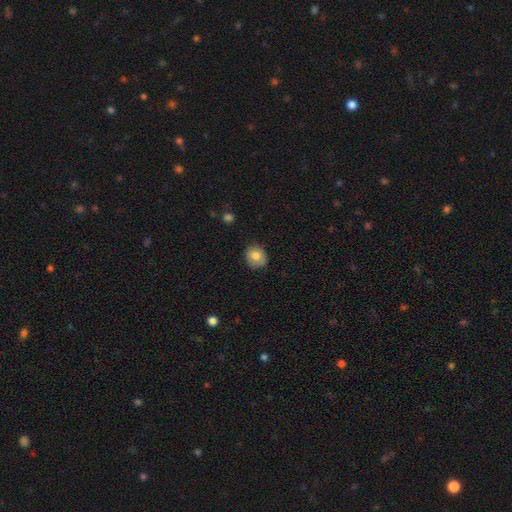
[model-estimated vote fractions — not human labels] Smooth or featured: smooth — 77% (featured or disk — 14%)
How rounded: round — 72% (in between — 28%)
Merging: none — 77% (minor disturbance — 18%)